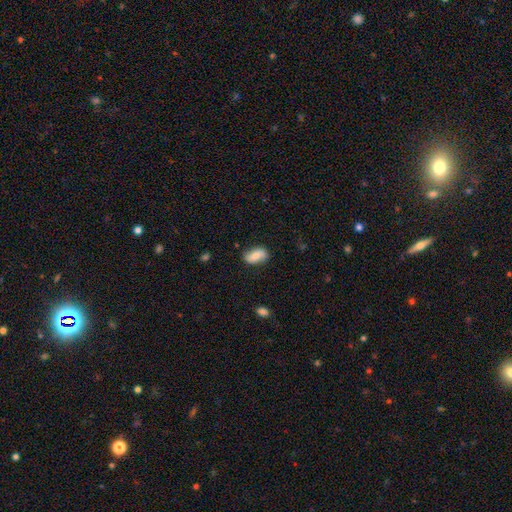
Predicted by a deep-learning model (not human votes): Smooth or featured?
  - smooth: 70% *
  - featured or disk: 23%
  - star or artifact: 7%
How rounded?
  - in between: 89% *
  - round: 6%
  - cigar-shaped: 5%
Merging?
  - none: 77% *
  - minor disturbance: 17%
  - major disturbance: 4%
  - merger: 2%